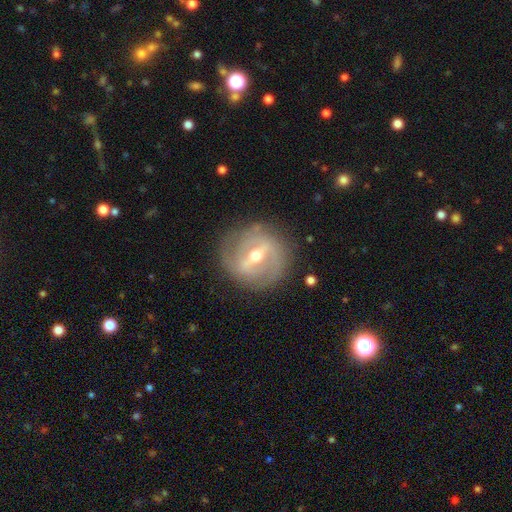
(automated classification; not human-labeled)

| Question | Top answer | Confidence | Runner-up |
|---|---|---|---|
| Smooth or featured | featured or disk | 81% | smooth (13%) |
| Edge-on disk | no | 91% | yes (9%) |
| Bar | strong | 61% | weak (31%) |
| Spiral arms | yes | 73% | no (27%) |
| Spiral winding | tight | 54% | medium (32%) |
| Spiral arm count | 2 | 49% | can't tell (30%) |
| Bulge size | moderate | 66% | small (29%) |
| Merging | none | 81% | minor disturbance (12%) |